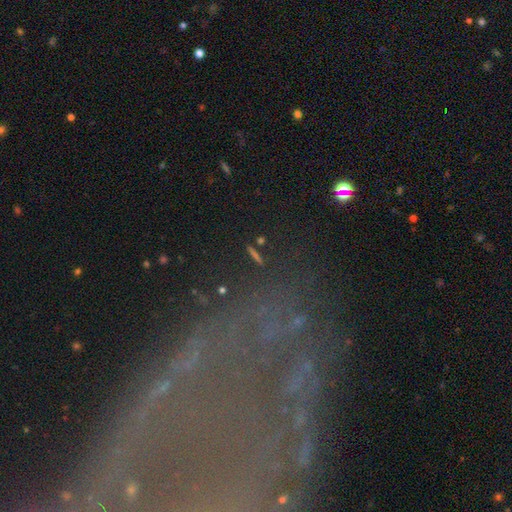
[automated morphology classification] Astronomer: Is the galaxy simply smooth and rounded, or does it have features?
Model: star or artifact — 40% (runner-up: featured or disk, 31%).